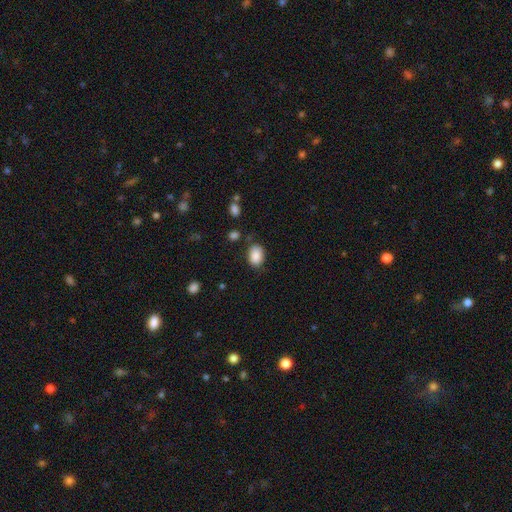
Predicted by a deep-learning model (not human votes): smooth_or_featured: smooth (p=0.88) [alt: star or artifact p=0.08]
how_rounded: in between (p=0.80) [alt: round p=0.19]
merging: none (p=0.76) [alt: minor disturbance p=0.16]